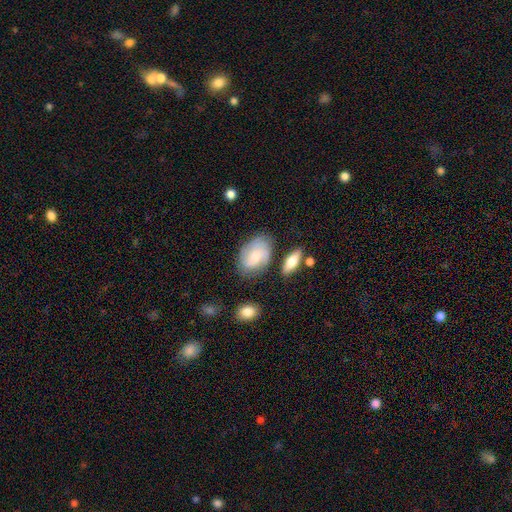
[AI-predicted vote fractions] Q: Smooth or featured?
A: featured or disk (47%); runner-up: smooth (46%)
Q: Merging?
A: none (62%); runner-up: minor disturbance (24%)